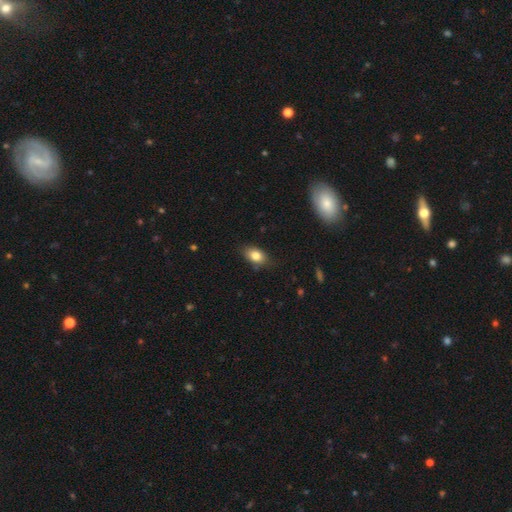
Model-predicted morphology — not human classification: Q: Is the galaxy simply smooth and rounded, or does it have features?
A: smooth — 82%.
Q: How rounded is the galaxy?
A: in between — 84%.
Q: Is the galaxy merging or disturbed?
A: none — 81%.